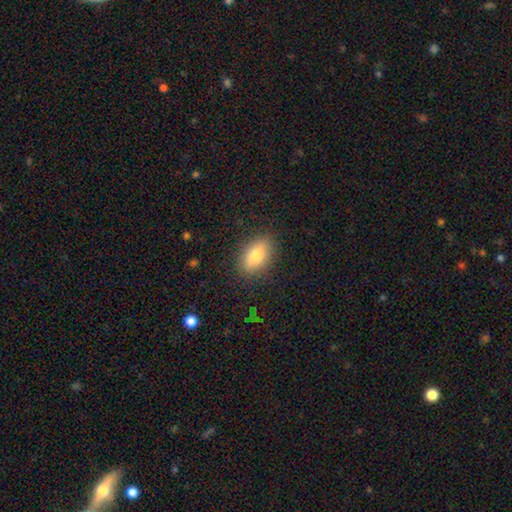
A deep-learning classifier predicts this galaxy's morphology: Smooth or featured?
  - smooth: 76% *
  - featured or disk: 16%
  - star or artifact: 8%
How rounded?
  - in between: 85% *
  - cigar-shaped: 8%
  - round: 7%
Merging?
  - none: 85% *
  - minor disturbance: 11%
  - major disturbance: 3%
  - merger: 1%